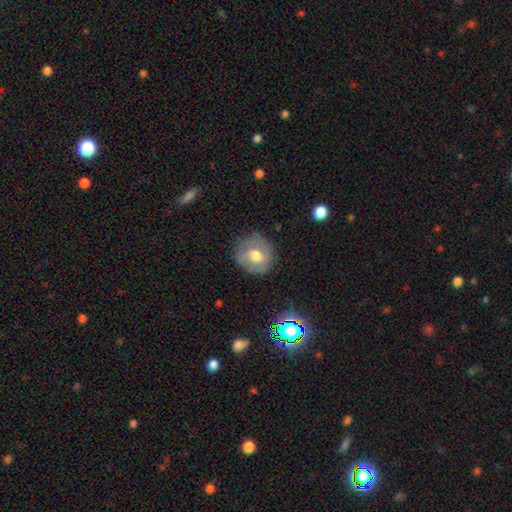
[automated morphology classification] Overall: smooth (47%; featured or disk 43%). Merging: none (78%).